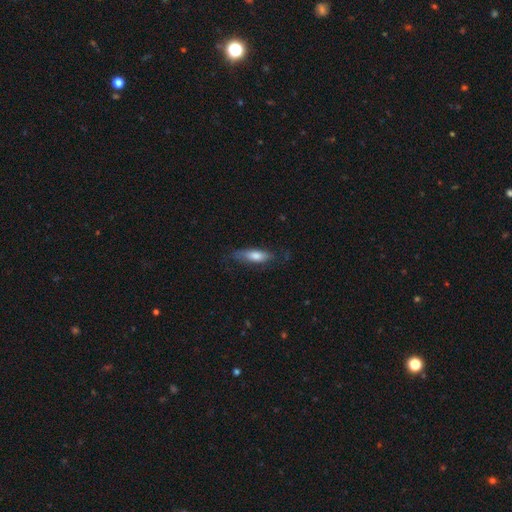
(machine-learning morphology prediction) Smooth or featured: smooth — 67% (featured or disk — 26%)
How rounded: in between — 50% (cigar-shaped — 48%)
Merging: none — 66% (minor disturbance — 24%)